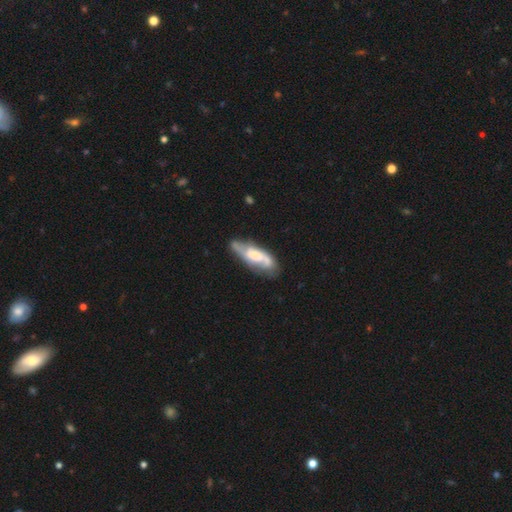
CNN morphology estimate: The model was most divided on "bulge size": small: 42%, moderate: 41%, large: 9%, none: 7%, dominant: 2%. More confident: spiral arms — yes (86%); edge-on disk — no (84%); smooth or featured — featured or disk (68%); merging — none (63%); bar — no (61%).